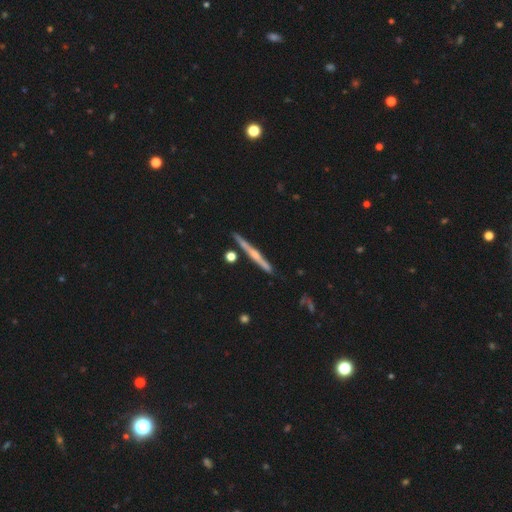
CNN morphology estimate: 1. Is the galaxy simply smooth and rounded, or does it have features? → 65% featured or disk, 29% smooth, 6% star or artifact.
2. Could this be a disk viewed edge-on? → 97% yes, 3% no.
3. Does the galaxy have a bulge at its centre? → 57% rounded, 34% none, 9% boxy.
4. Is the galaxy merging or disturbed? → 86% none, 9% minor disturbance, 3% merger, 2% major disturbance.